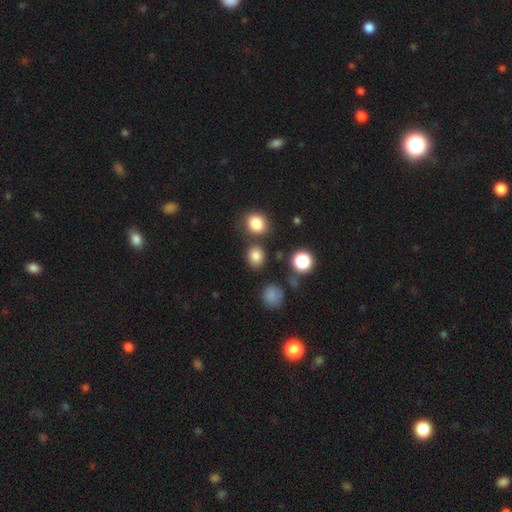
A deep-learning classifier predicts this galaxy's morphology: Smooth or featured: smooth — 81% (star or artifact — 14%)
How rounded: round — 67% (in between — 32%)
Merging: none — 78% (minor disturbance — 9%)